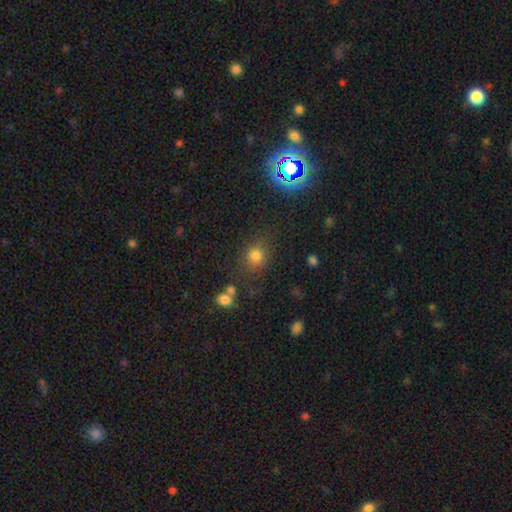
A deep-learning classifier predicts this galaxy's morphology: This is likely a smooth galaxy (75%). How rounded: likely round (77%). Merging: likely none (76%).